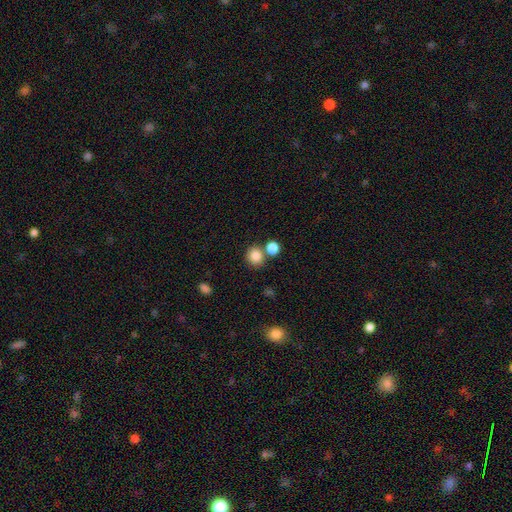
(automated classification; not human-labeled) A smooth galaxy with no disk features (85%) that is round (82%).

Vote fractions:
- Smooth or featured? smooth: 85% / star or artifact: 10% / featured or disk: 5%
- How rounded? round: 82% / in between: 17% / cigar-shaped: 1%
- Merging? none: 67% / merger: 21% / minor disturbance: 9% / major disturbance: 3%